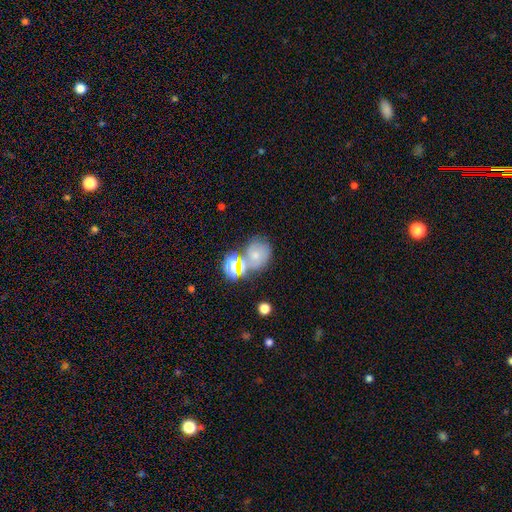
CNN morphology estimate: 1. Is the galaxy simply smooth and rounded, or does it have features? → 55% smooth, 23% featured or disk, 21% star or artifact.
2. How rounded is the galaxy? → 60% round, 39% in between, 1% cigar-shaped.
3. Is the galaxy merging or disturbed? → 47% none, 29% merger, 16% minor disturbance, 8% major disturbance.